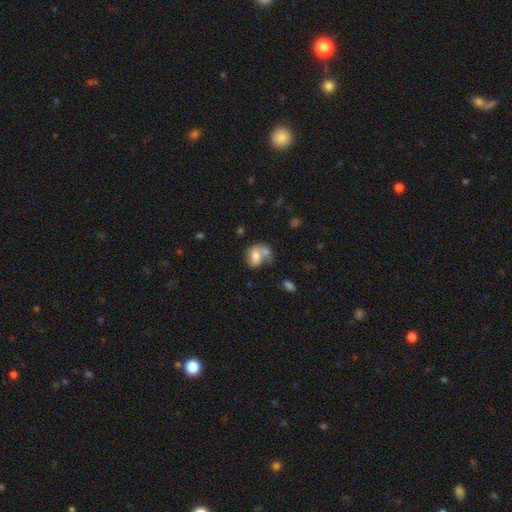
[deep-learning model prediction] Q: Smooth or featured?
A: smooth (61%); runner-up: featured or disk (30%)
Q: How rounded?
A: in between (60%); runner-up: round (39%)
Q: Merging?
A: merger (46%); runner-up: none (27%)